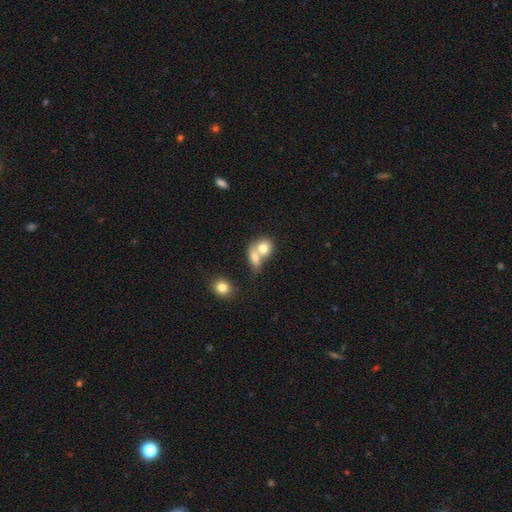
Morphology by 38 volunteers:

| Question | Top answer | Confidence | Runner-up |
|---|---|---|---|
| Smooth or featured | smooth | 79% | featured or disk (13%) |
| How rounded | round | 50% | tied: in between (50%) |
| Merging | merger | 69% | none (20%) |